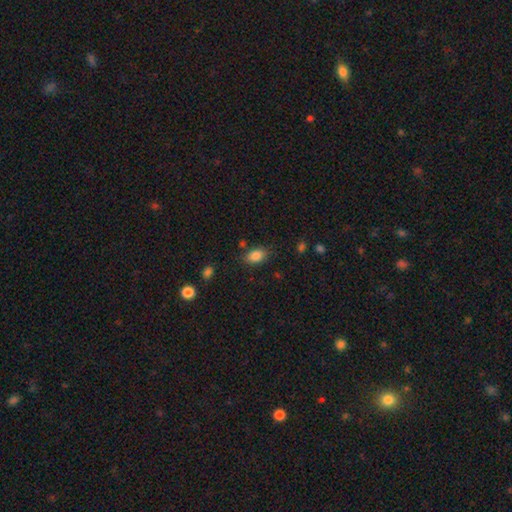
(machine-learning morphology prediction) smooth_or_featured: smooth (p=0.85) [alt: star or artifact p=0.09]
how_rounded: in between (p=0.85) [alt: round p=0.13]
merging: none (p=0.78) [alt: minor disturbance p=0.15]